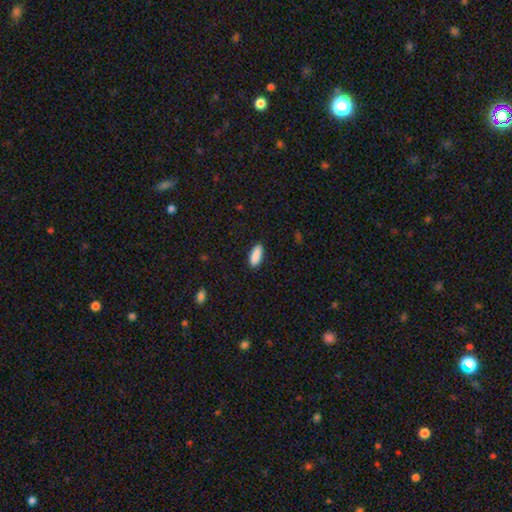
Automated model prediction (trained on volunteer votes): smooth_or_featured: smooth (p=0.90) [alt: star or artifact p=0.06]
how_rounded: in between (p=0.78) [alt: cigar-shaped p=0.20]
merging: none (p=0.88) [alt: minor disturbance p=0.09]